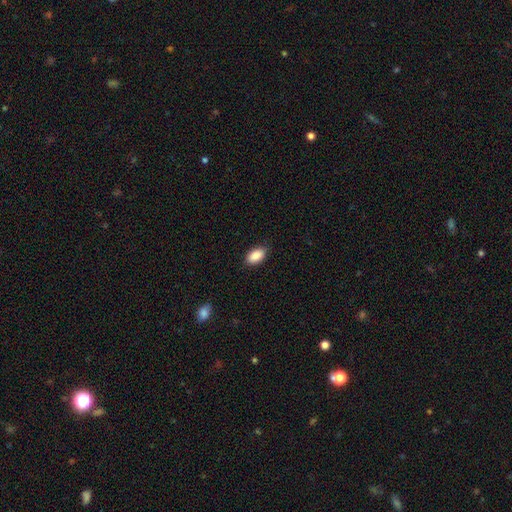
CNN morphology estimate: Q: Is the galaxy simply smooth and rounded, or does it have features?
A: smooth — 90%.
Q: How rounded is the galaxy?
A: in between — 93%.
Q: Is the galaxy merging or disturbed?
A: none — 86%.